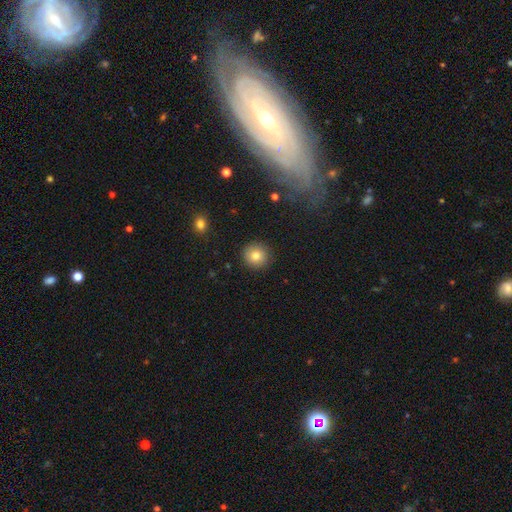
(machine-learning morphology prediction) smooth-or-featured: smooth: 81% | star or artifact: 10% | featured or disk: 9%
  how-rounded: round: 93% | in between: 6% | cigar-shaped: 1%
  merging: none: 90% | minor disturbance: 7% | major disturbance: 2% | merger: 1%